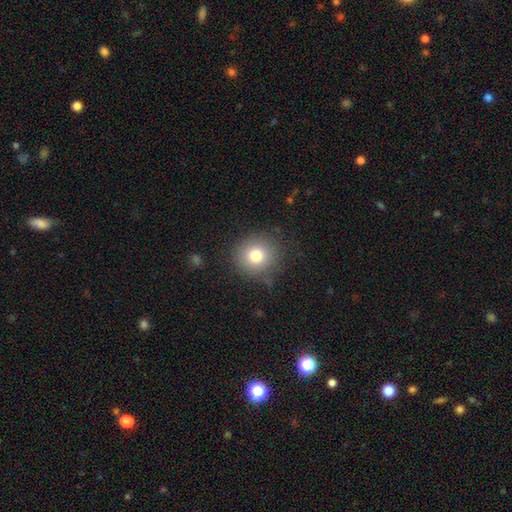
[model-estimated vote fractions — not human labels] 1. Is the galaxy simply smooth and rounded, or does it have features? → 76% smooth, 13% star or artifact, 11% featured or disk.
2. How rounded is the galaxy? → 92% round, 7% in between, 1% cigar-shaped.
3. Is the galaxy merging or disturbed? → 83% none, 11% minor disturbance, 4% major disturbance, 2% merger.